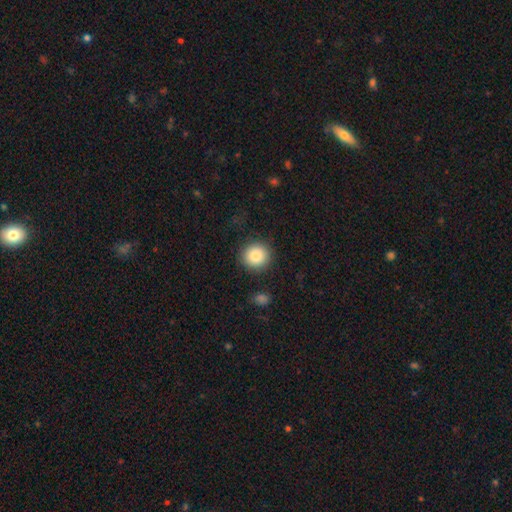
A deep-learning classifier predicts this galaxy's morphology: This is clearly a smooth galaxy (86%). How rounded: clearly round (92%). Merging: clearly none (87%).